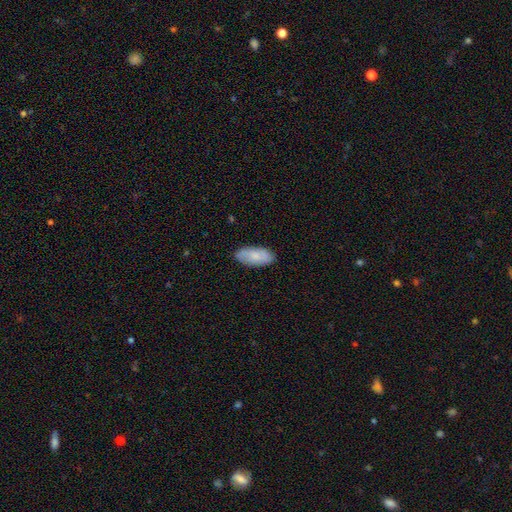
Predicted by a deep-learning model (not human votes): A smooth galaxy with no disk features (77%) that is in between round and cigar-shaped (89%).

Vote fractions:
- Smooth or featured? smooth: 77% / featured or disk: 17% / star or artifact: 6%
- How rounded? in between: 89% / cigar-shaped: 9% / round: 2%
- Merging? none: 86% / minor disturbance: 11% / major disturbance: 2% / merger: 1%